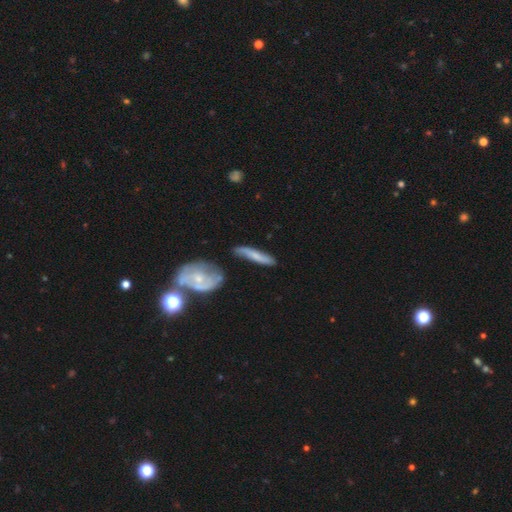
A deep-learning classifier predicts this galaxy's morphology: A smooth galaxy with no disk features (54%) that is cigar-shaped (85%).

Vote fractions:
- Smooth or featured? smooth: 54% / featured or disk: 40% / star or artifact: 6%
- How rounded? cigar-shaped: 85% / in between: 12% / round: 2%
- Merging? none: 70% / minor disturbance: 19% / merger: 6% / major disturbance: 5%